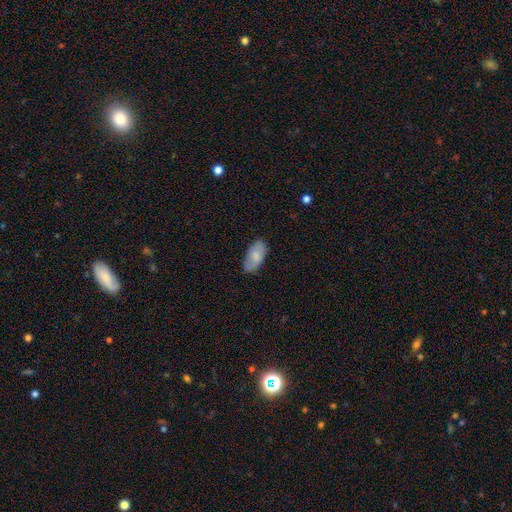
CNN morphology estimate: This is likely a smooth galaxy (78%). How rounded: clearly in between (93%). Merging: likely none (80%).